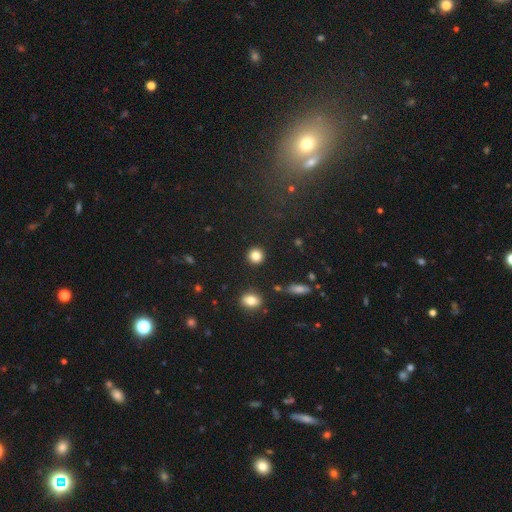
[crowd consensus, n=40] smooth-or-featured: smooth: 88% | star or artifact: 10% | featured or disk: 2%
  how-rounded: round: 86% | in between: 11% | cigar-shaped: 3%
  merging: none: 92% | minor disturbance: 3% | major disturbance: 3% | merger: 3%